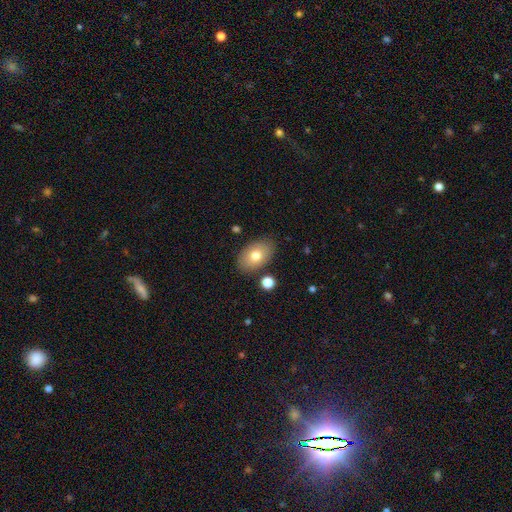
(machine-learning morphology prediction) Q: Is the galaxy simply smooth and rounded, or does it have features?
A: smooth — 75%.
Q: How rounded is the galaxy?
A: in between — 90%.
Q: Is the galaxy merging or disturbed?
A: none — 83%.